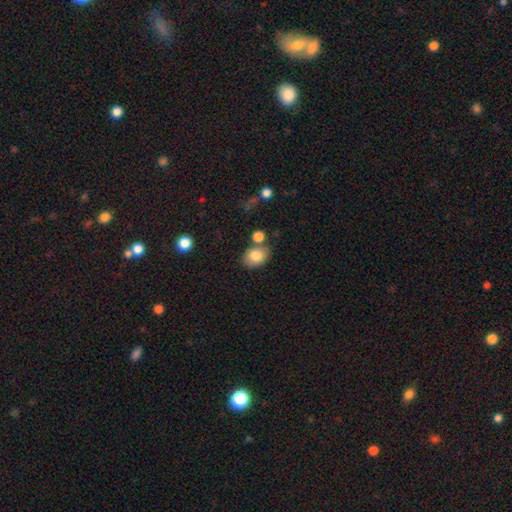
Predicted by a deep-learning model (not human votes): smooth_or_featured: smooth (p=0.82) [alt: featured or disk p=0.10]
how_rounded: in between (p=0.71) [alt: round p=0.28]
merging: none (p=0.67) [alt: merger p=0.15]